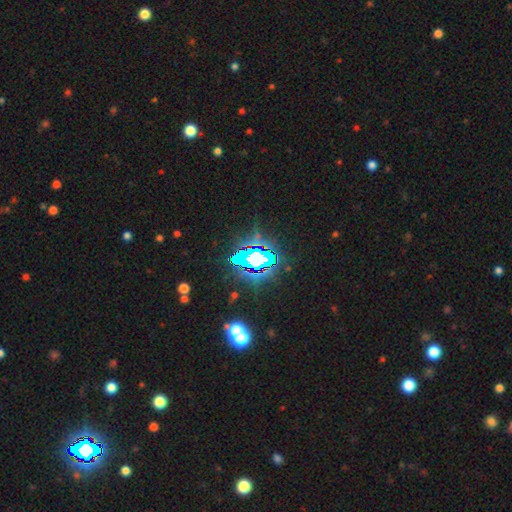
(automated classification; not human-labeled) Smooth or featured? star or artifact (72%)